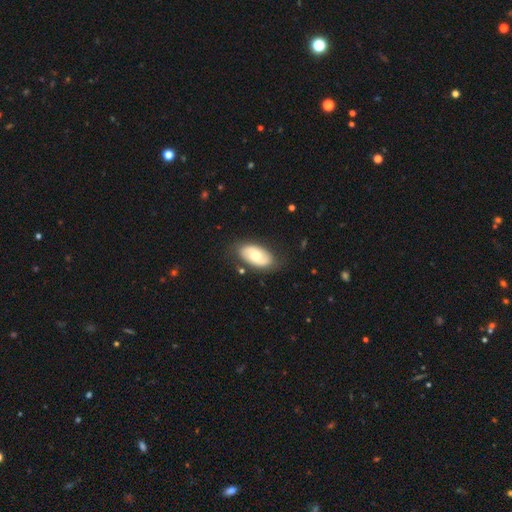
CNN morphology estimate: Smooth or featured? smooth (50%)
Merging? none (80%)